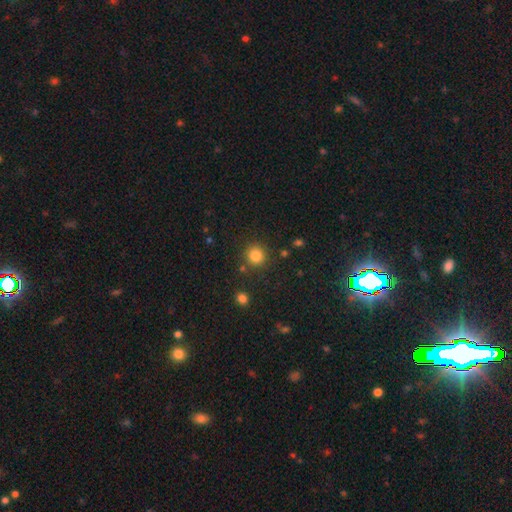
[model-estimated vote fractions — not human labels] smooth-or-featured: smooth: 83% | star or artifact: 12% | featured or disk: 5%
  how-rounded: round: 93% | in between: 6% | cigar-shaped: 1%
  merging: none: 85% | minor disturbance: 7% | merger: 4% | major disturbance: 3%